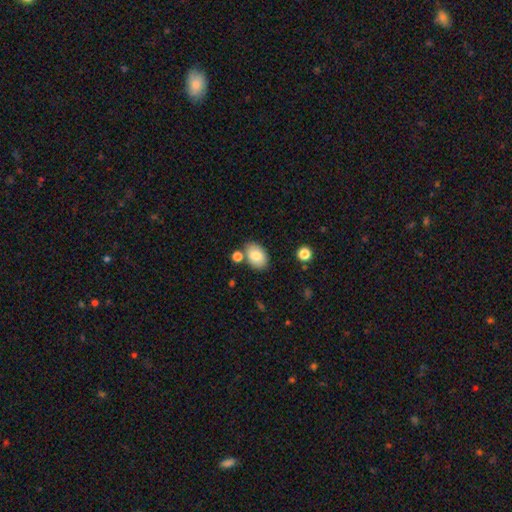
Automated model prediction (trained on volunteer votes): A smooth galaxy with no disk features (81%) that is in between round and cigar-shaped (82%).

Vote fractions:
- Smooth or featured? smooth: 81% / featured or disk: 11% / star or artifact: 8%
- How rounded? in between: 82% / round: 17% / cigar-shaped: 1%
- Merging? none: 75% / minor disturbance: 13% / merger: 9% / major disturbance: 3%